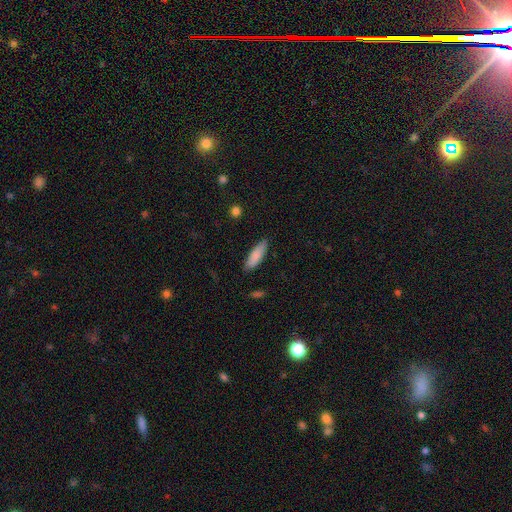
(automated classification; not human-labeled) Morphology: type=smooth (86%); roundness=in between (53%); merging=none (84%).